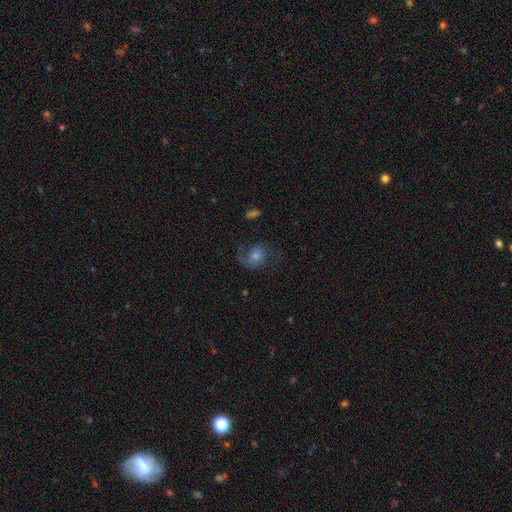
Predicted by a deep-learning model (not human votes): smooth-or-featured: featured or disk: 62% | smooth: 25% | star or artifact: 13%
  disk-edge-on: no: 97% | yes: 3%
    bar: no: 63% | weak: 30% | strong: 7%
    has-spiral-arms: yes: 90% | no: 10%
      spiral-winding: medium: 44% | loose: 40% | tight: 15%
      spiral-arm-count: 2: 73% | 1: 17% | can't tell: 7% | 3: 1% | 4: 1% | more than 4: 1%
    bulge-size: moderate: 49% | small: 37% | large: 8% | none: 3% | dominant: 2%
  merging: none: 62% | major disturbance: 18% | minor disturbance: 18% | merger: 2%